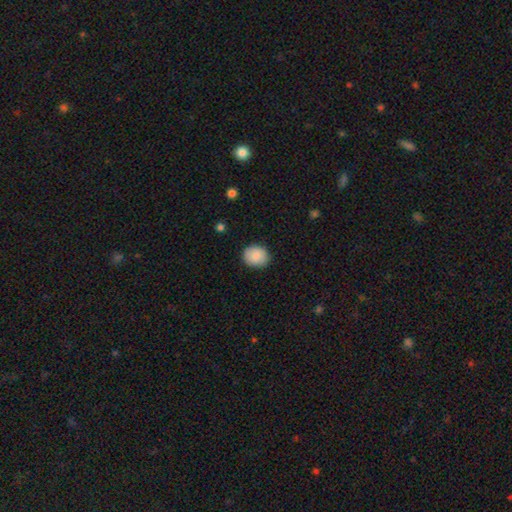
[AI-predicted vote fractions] A smooth galaxy with no disk features (86%) that is round (67%).

Vote fractions:
- Smooth or featured? smooth: 86% / star or artifact: 7% / featured or disk: 7%
- How rounded? round: 67% / in between: 32% / cigar-shaped: 1%
- Merging? none: 88% / minor disturbance: 9% / major disturbance: 2% / merger: 1%